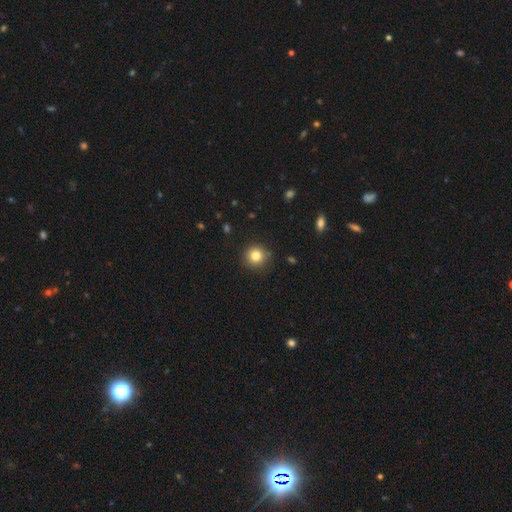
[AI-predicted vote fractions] smooth 82%, star or artifact 11%, featured or disk 7%. Down the decision tree: how rounded — round (93%); merging — none (89%).